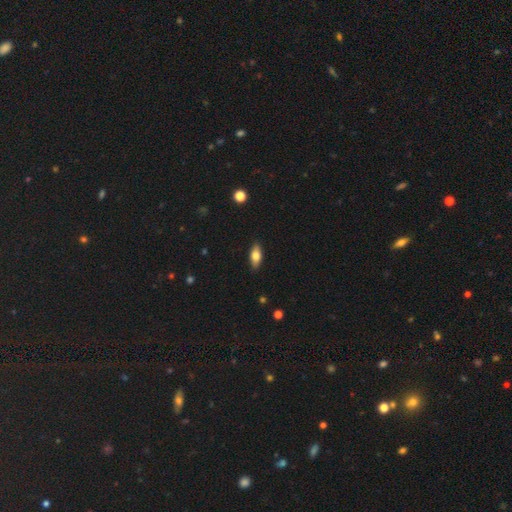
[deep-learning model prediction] smooth_or_featured: smooth (p=0.76) [alt: featured or disk p=0.17]
how_rounded: in between (p=0.84) [alt: cigar-shaped p=0.13]
merging: none (p=0.88) [alt: minor disturbance p=0.09]